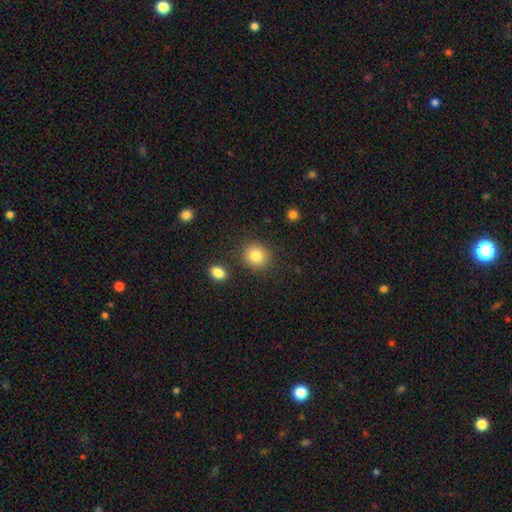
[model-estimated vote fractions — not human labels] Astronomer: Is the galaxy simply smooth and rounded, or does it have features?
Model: smooth — 83%.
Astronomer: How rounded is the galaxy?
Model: round — 85%.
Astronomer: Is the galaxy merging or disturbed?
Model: none — 86%.